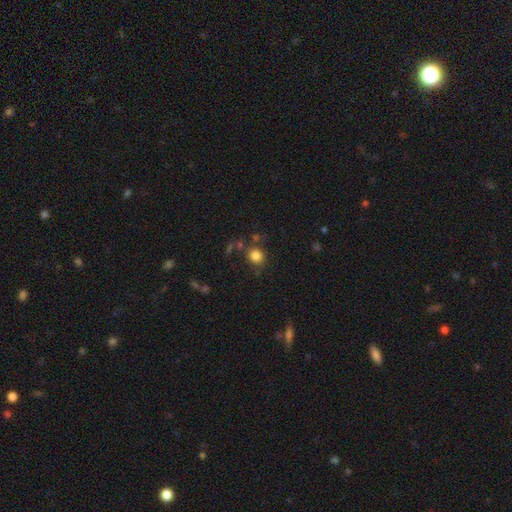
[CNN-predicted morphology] Overall: smooth (83%). How rounded: round (84%). Merging: none (77%).